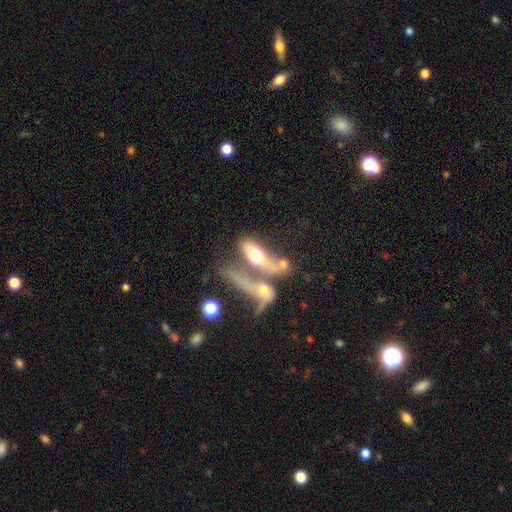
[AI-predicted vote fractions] Overall: smooth (51%; featured or disk 40%). How rounded: in between (64%; cigar-shaped 30%). Merging: merger (61%).